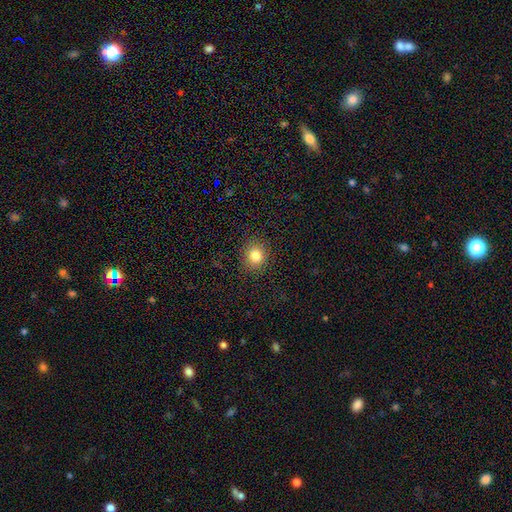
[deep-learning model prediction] This appears to be a smooth galaxy with no disk features (81%) that is round (84%). Merging: none (90%).